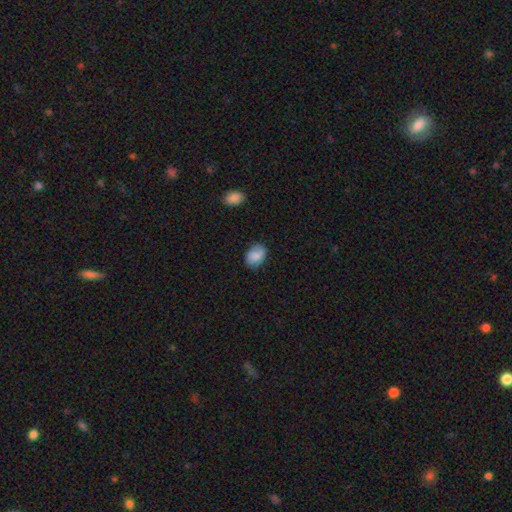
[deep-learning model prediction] A smooth galaxy with no disk features (78%) that is in between round and cigar-shaped (79%).

Vote fractions:
- Smooth or featured? smooth: 78% / featured or disk: 14% / star or artifact: 8%
- How rounded? in between: 79% / round: 20% / cigar-shaped: 1%
- Merging? none: 76% / minor disturbance: 19% / major disturbance: 4% / merger: 1%